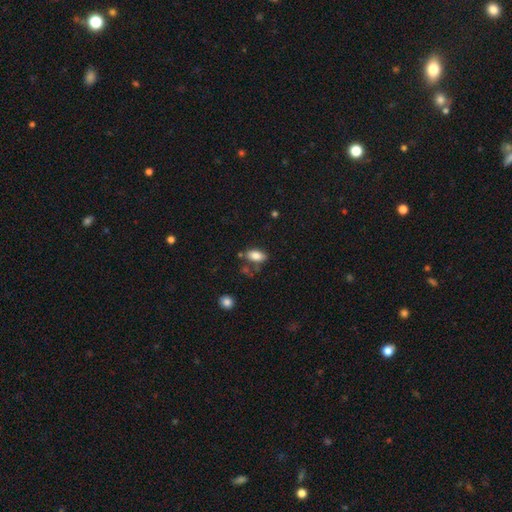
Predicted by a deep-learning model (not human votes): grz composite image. It shows a smooth galaxy with no disk features (83%) that is in between round and cigar-shaped (91%). Merging: none (69%).